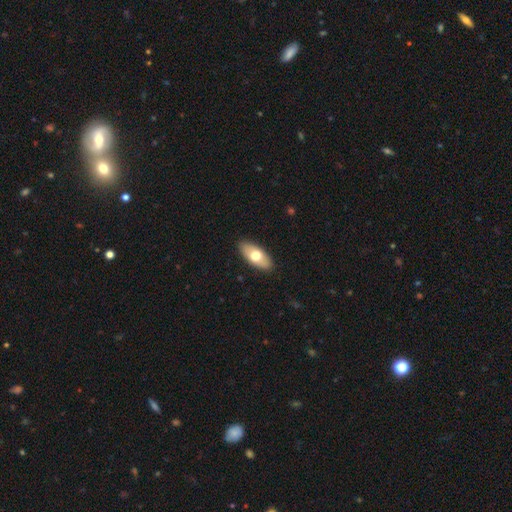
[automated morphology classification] This is likely a smooth galaxy (67%). How rounded: clearly in between (88%). Merging: clearly none (89%).